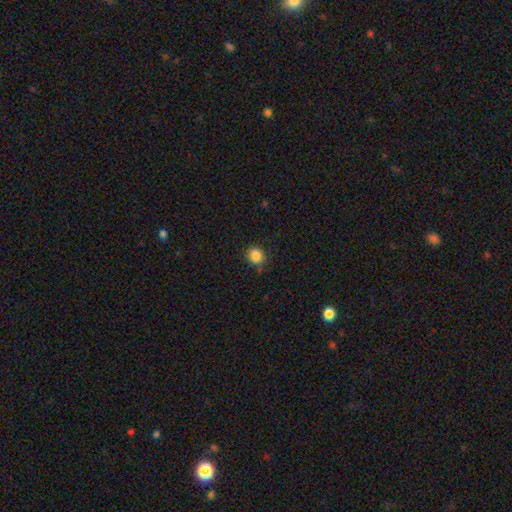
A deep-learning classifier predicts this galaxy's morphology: Smooth or featured?
  - smooth: 85% *
  - star or artifact: 11%
  - featured or disk: 4%
How rounded?
  - round: 82% *
  - in between: 17%
  - cigar-shaped: 1%
Merging?
  - none: 84% *
  - minor disturbance: 11%
  - major disturbance: 3%
  - merger: 2%